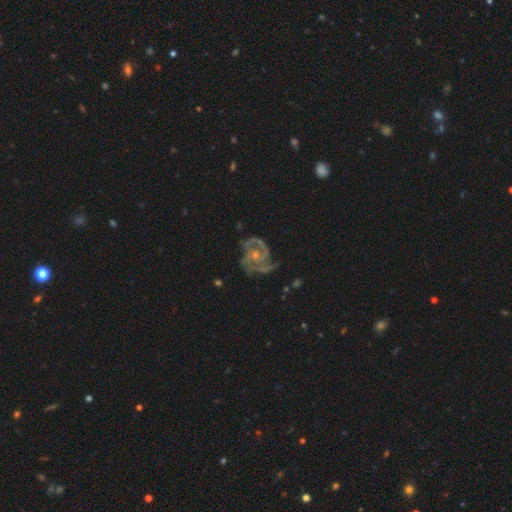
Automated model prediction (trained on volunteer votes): Smooth or featured?
  - featured or disk: 90% *
  - smooth: 5%
  - star or artifact: 5%
Edge-on disk?
  - no: 98% *
  - yes: 2%
Bar?
  - no: 73% *
  - weak: 22%
  - strong: 5%
Spiral arms?
  - yes: 97% *
  - no: 3%
Spiral winding?
  - medium: 47% *
  - tight: 43%
  - loose: 10%
Spiral arm count?
  - 3: 43% *
  - 2: 28%
  - can't tell: 10%
  - 4: 9%
  - 1: 5%
  - more than 4: 5%
Bulge size?
  - small: 63% *
  - moderate: 31%
  - none: 4%
  - large: 1%
  - dominant: 1%
Merging?
  - none: 58% *
  - minor disturbance: 22%
  - major disturbance: 17%
  - merger: 3%